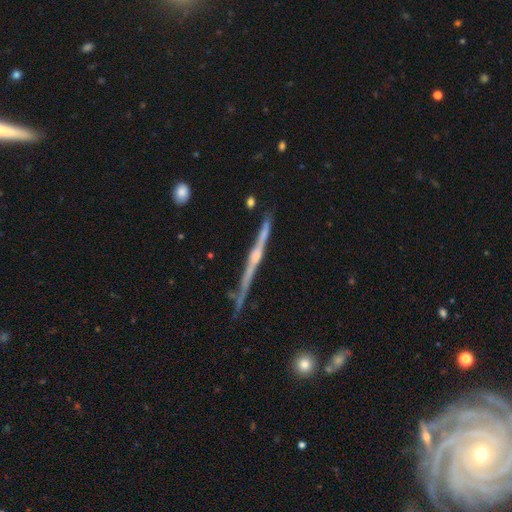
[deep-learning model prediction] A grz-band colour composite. It shows a featured or disk galaxy (84%) viewed edge-on (98%) with a rounded central bulge (65%). Merging: none (79%).